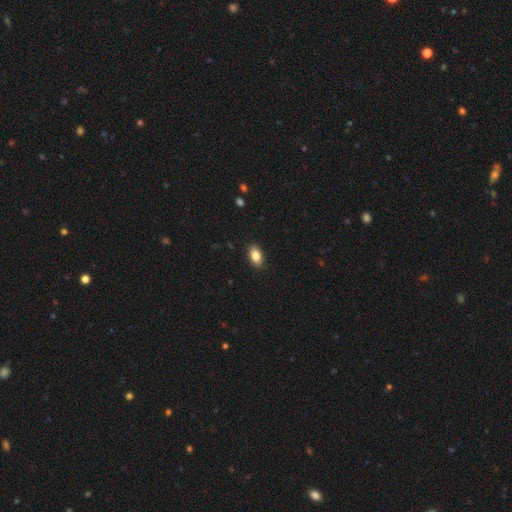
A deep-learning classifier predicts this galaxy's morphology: A smooth galaxy with no disk features (86%) that is in between round and cigar-shaped (90%). Merging: none (89%).